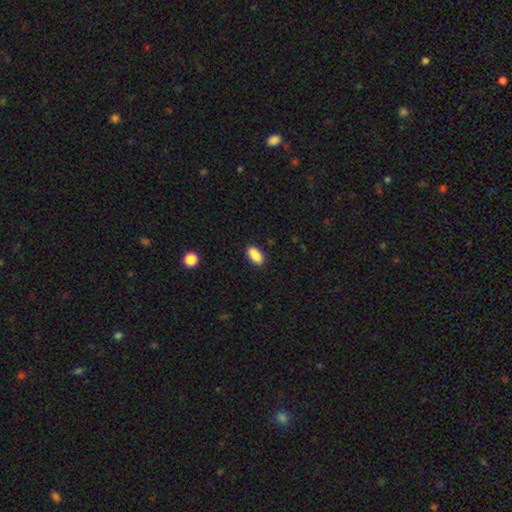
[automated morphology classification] Overall: smooth (86%). How rounded: in between (89%). Merging: none (85%).